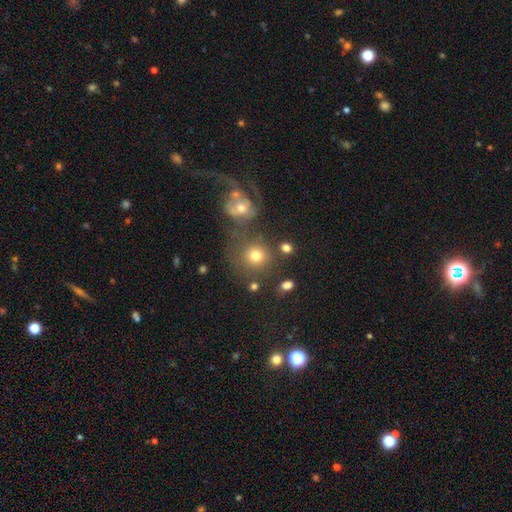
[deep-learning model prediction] The model was most divided on "merging": none: 58%, merger: 22%, minor disturbance: 12%, major disturbance: 8%. More confident: how rounded — round (86%); smooth or featured — smooth (73%).